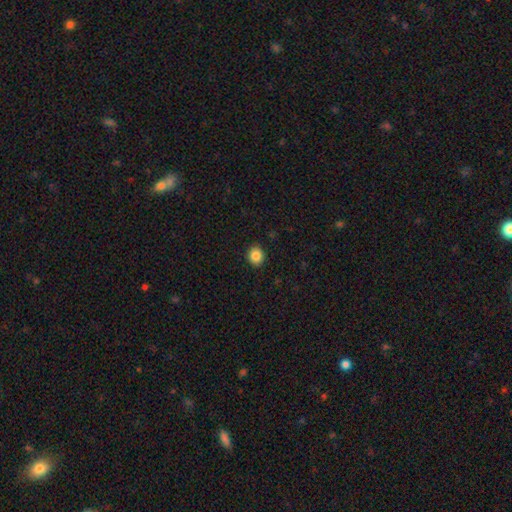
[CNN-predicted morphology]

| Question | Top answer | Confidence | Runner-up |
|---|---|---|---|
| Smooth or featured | smooth | 86% | star or artifact (10%) |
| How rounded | round | 74% | in between (25%) |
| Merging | none | 91% | minor disturbance (6%) |